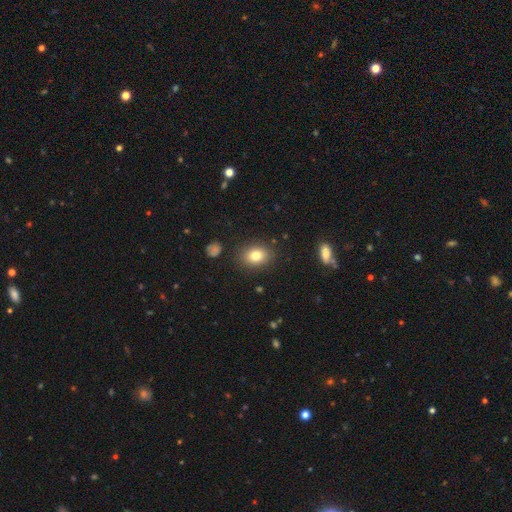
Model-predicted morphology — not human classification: smooth 80%, star or artifact 10%, featured or disk 10%. Down the decision tree: how rounded — in between (59%); merging — none (87%).